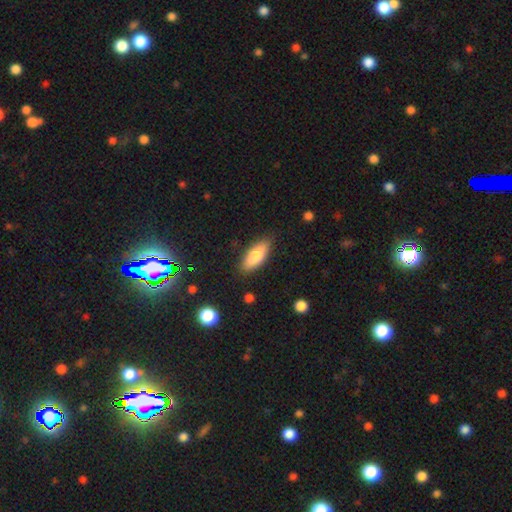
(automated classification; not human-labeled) Smooth or featured?
  - smooth: 82% *
  - featured or disk: 12%
  - star or artifact: 6%
How rounded?
  - in between: 74% *
  - cigar-shaped: 24%
  - round: 2%
Merging?
  - none: 85% *
  - minor disturbance: 11%
  - major disturbance: 2%
  - merger: 1%